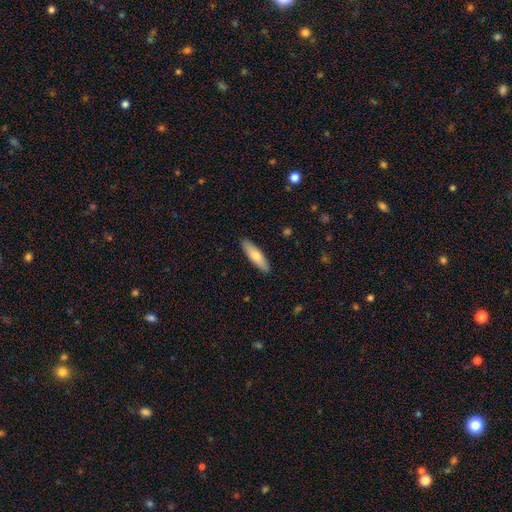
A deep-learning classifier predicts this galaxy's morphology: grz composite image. It shows a smooth galaxy with no disk features (71%) that is cigar-shaped (57%). Merging: none (89%).